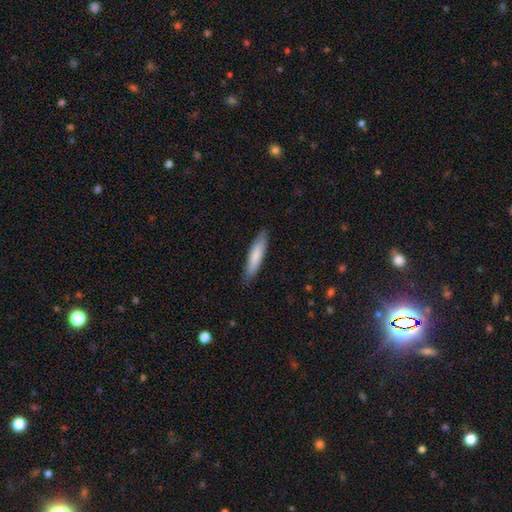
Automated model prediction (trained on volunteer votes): A smooth galaxy with no disk features (80%) that is cigar-shaped (80%). Merging: none (86%).